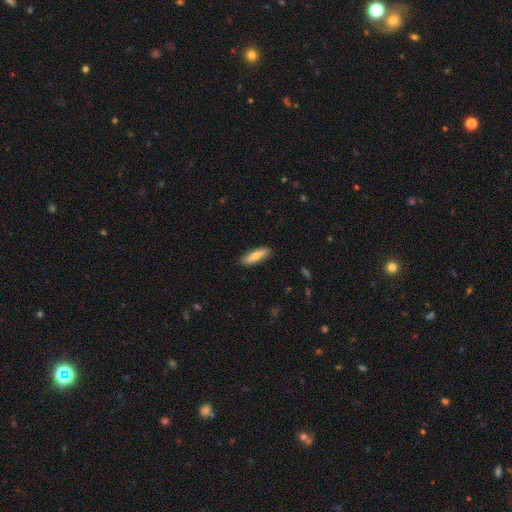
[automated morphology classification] A smooth galaxy with no disk features (70%) that is cigar-shaped (61%).

Vote fractions:
- Smooth or featured? smooth: 70% / featured or disk: 24% / star or artifact: 6%
- How rounded? cigar-shaped: 61% / in between: 37% / round: 2%
- Merging? none: 88% / minor disturbance: 9% / major disturbance: 2% / merger: 1%